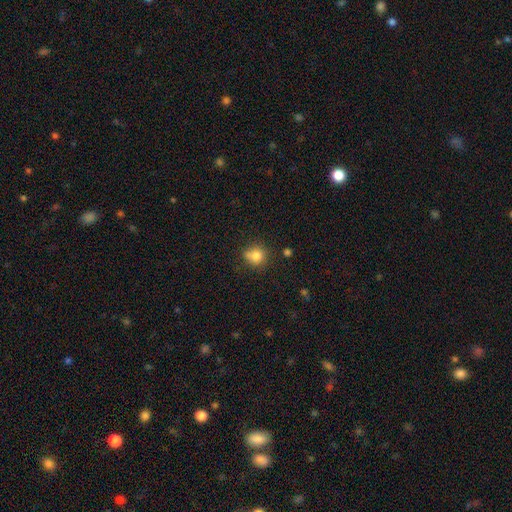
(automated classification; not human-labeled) This appears to be a smooth galaxy with no disk features (81%) that is round (86%). Merging: none (66%).